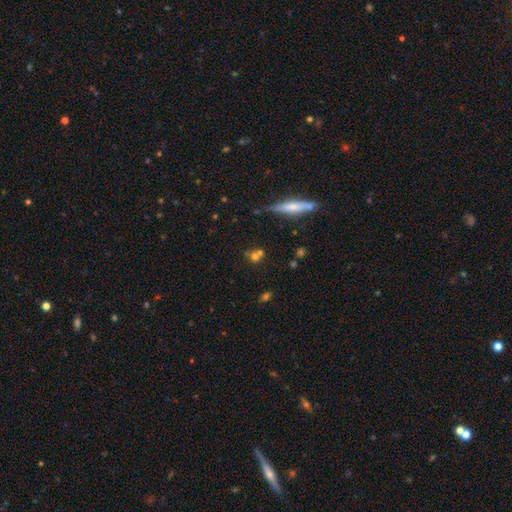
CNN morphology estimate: smooth-or-featured: smooth: 58% | star or artifact: 23% | featured or disk: 20%
  how-rounded: round: 71% | in between: 22% | cigar-shaped: 7%
  merging: none: 54% | merger: 31% | minor disturbance: 10% | major disturbance: 5%